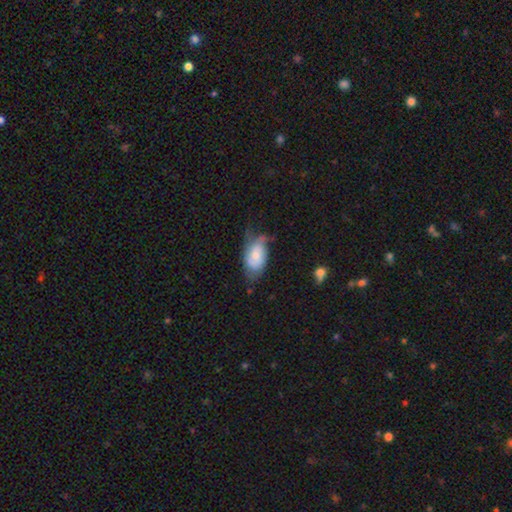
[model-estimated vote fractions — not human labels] This is possibly a smooth galaxy (51%). How rounded: clearly in between (92%). Merging: marginally minor disturbance (38%).